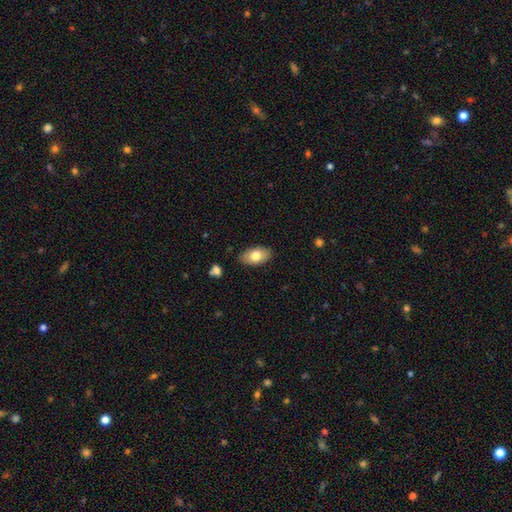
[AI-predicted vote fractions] The model was most divided on "smooth or featured": smooth: 77%, featured or disk: 16%, star or artifact: 7%. More confident: how rounded — in between (93%); merging — none (87%).